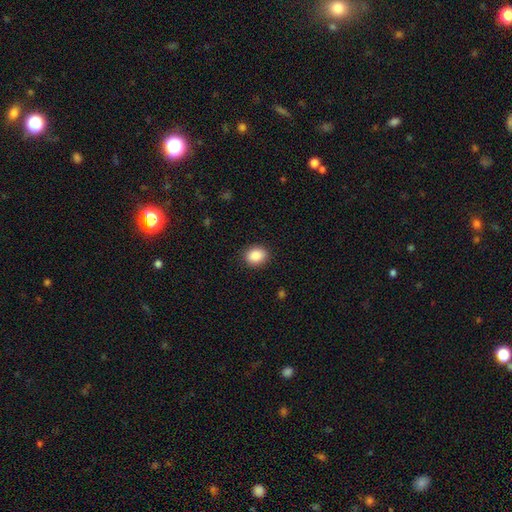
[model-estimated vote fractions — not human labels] A smooth galaxy with no disk features (88%) that is in between round and cigar-shaped (53%).

Vote fractions:
- Smooth or featured? smooth: 88% / star or artifact: 8% / featured or disk: 3%
- How rounded? in between: 53% / round: 46% / cigar-shaped: 1%
- Merging? none: 89% / minor disturbance: 8% / major disturbance: 2% / merger: 1%